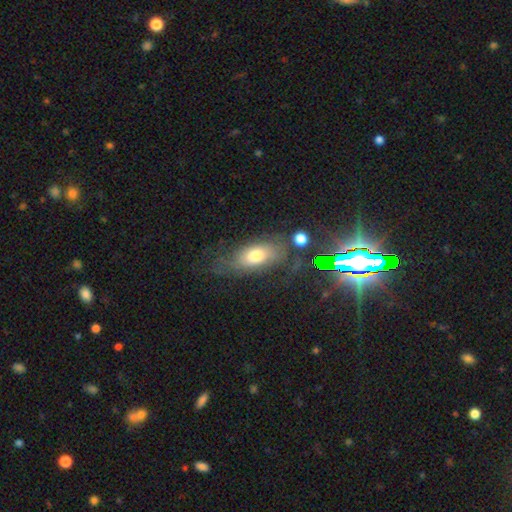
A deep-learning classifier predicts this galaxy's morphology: Smooth or featured: smooth — 56% (featured or disk — 34%)
How rounded: in between — 85% (round — 8%)
Merging: none — 58% (minor disturbance — 21%)